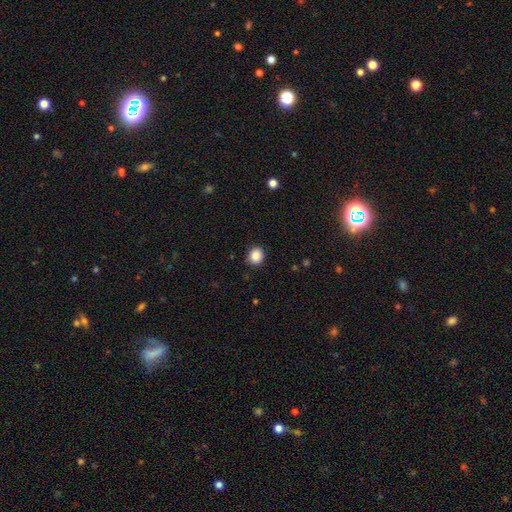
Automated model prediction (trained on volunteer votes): This is clearly a smooth galaxy (88%). How rounded: likely round (78%). Merging: clearly none (88%).